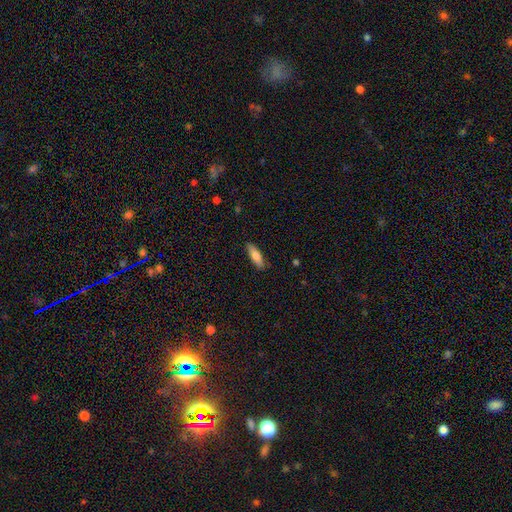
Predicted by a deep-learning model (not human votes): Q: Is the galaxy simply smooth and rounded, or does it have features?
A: smooth — 79%.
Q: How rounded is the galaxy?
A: cigar-shaped — 52%.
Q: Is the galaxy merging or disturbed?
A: none — 87%.